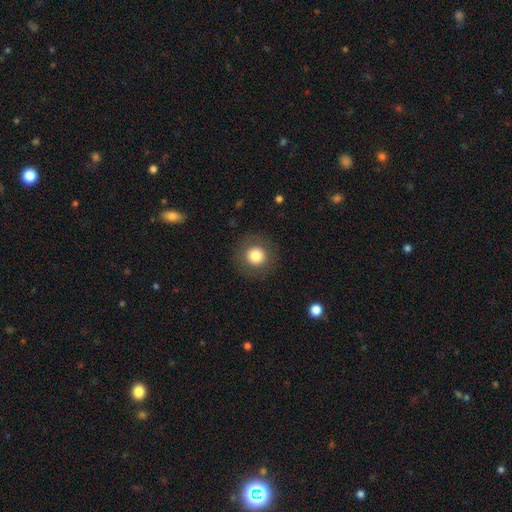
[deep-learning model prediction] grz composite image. It shows a smooth galaxy with no disk features (80%) that is round (95%). Merging: none (89%).